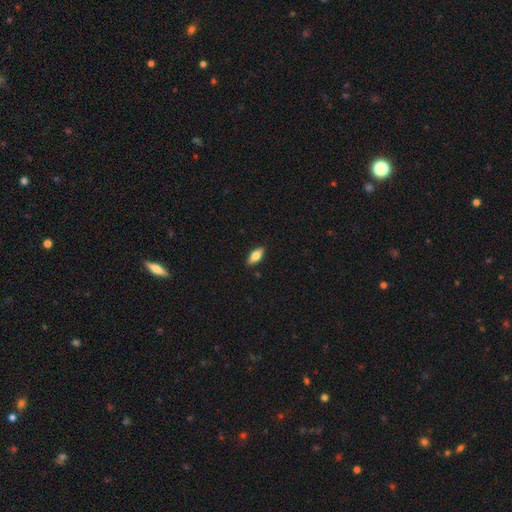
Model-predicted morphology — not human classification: A smooth galaxy with no disk features (75%) that is in between round and cigar-shaped (83%).

Vote fractions:
- Smooth or featured? smooth: 75% / featured or disk: 19% / star or artifact: 7%
- How rounded? in between: 83% / cigar-shaped: 14% / round: 3%
- Merging? none: 89% / minor disturbance: 8% / major disturbance: 2% / merger: 1%